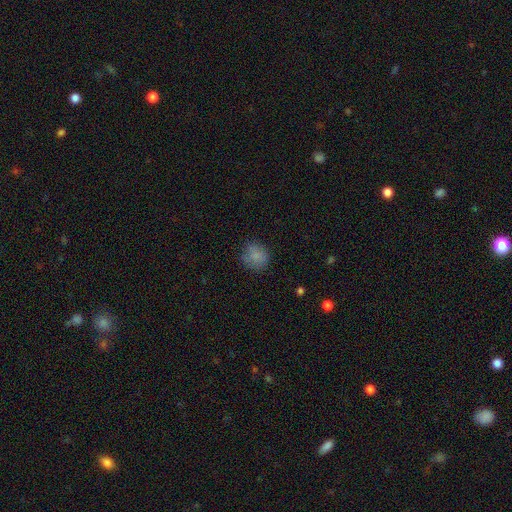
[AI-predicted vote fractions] This appears to be a smooth galaxy with no disk features (82%) that is round (81%). Merging: none (75%).